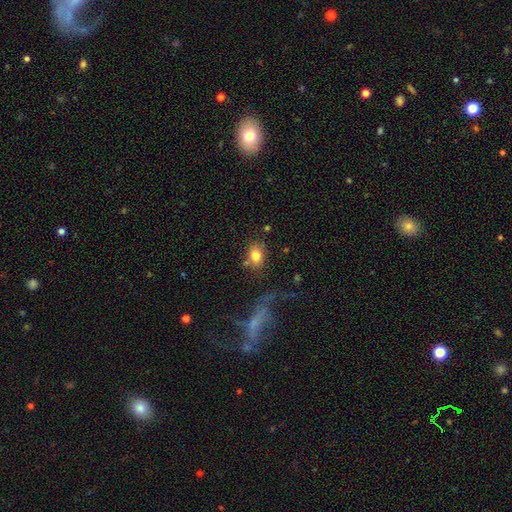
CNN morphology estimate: Smooth or featured? Predicted: smooth (p=0.79). How rounded? Predicted: in between (p=0.65). Merging? Predicted: none (p=0.67).